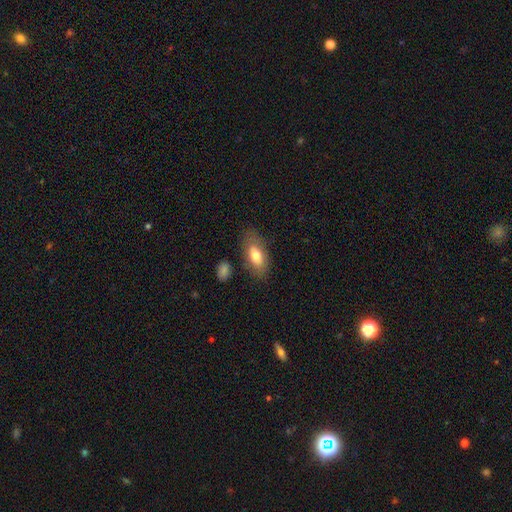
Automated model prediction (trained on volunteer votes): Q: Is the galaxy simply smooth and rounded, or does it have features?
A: smooth — 72%.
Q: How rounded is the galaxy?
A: in between — 89%.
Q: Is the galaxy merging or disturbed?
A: none — 78%.